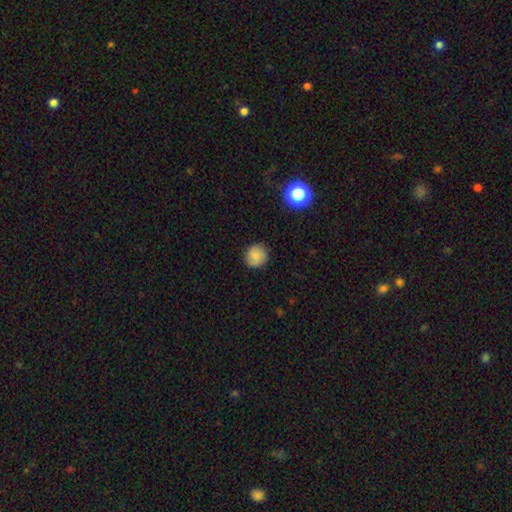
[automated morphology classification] smooth 77%, featured or disk 13%, star or artifact 9%. Down the decision tree: how rounded — round (89%); merging — none (85%).